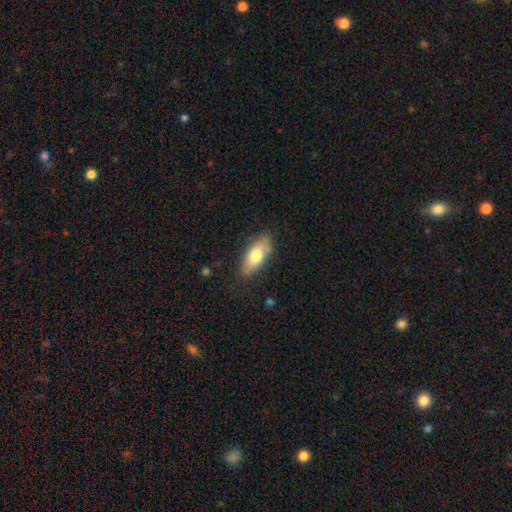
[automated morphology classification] smooth_or_featured: smooth (p=0.71) [alt: featured or disk p=0.23]
how_rounded: in between (p=0.74) [alt: cigar-shaped p=0.23]
merging: none (p=0.81) [alt: minor disturbance p=0.14]